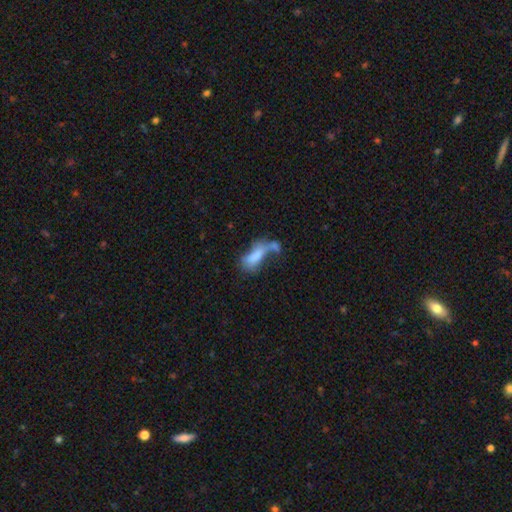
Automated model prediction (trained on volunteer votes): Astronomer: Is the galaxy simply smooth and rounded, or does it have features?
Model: smooth — 65%.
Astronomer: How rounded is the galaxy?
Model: in between — 72%.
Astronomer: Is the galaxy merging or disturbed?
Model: merger — 40% (runner-up: major disturbance, 27%).